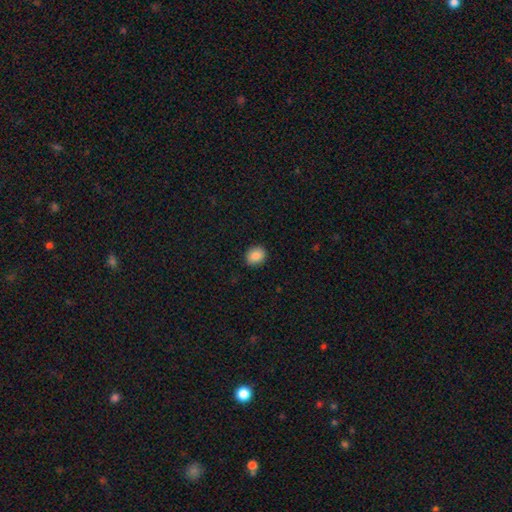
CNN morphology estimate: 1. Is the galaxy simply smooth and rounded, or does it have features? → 87% smooth, 9% star or artifact, 4% featured or disk.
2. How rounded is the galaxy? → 56% round, 43% in between, 1% cigar-shaped.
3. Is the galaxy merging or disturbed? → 90% none, 7% minor disturbance, 2% major disturbance, 1% merger.